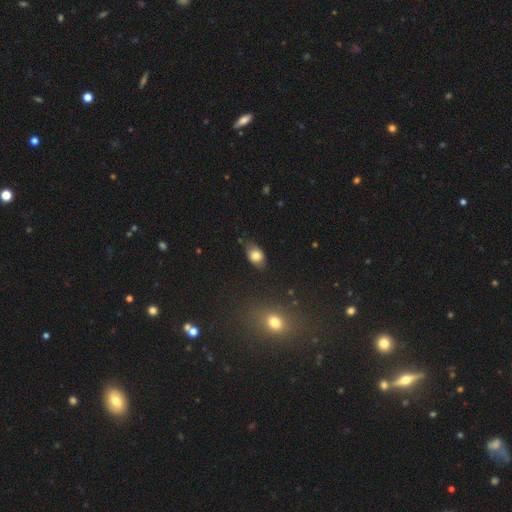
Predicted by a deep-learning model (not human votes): Q: Smooth or featured?
A: smooth (78%); runner-up: featured or disk (13%)
Q: How rounded?
A: in between (83%); runner-up: round (15%)
Q: Merging?
A: none (73%); runner-up: minor disturbance (21%)